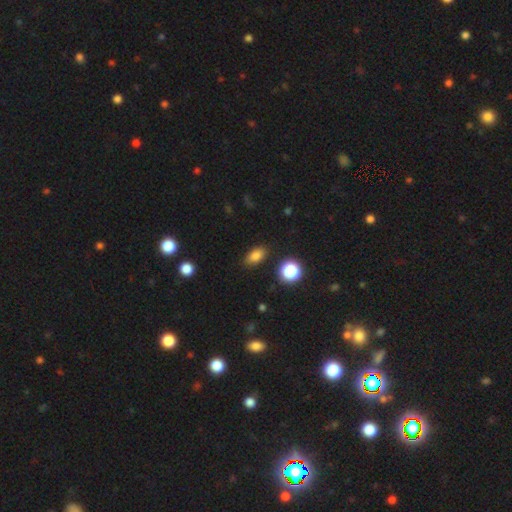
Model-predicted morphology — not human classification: Smooth or featured? smooth (81%)
How rounded? in between (84%)
Merging? none (85%)